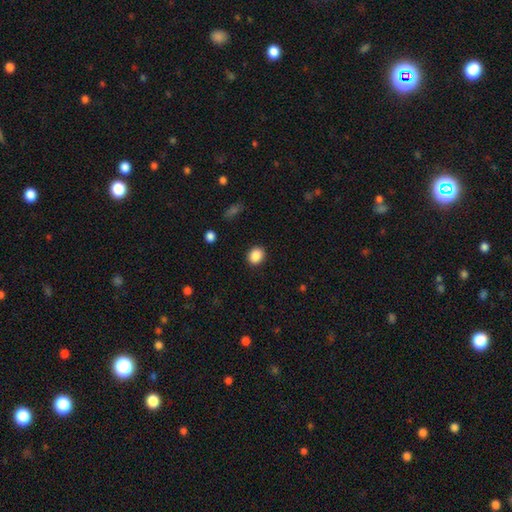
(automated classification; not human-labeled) Smooth or featured? smooth (88%)
How rounded? round (58%)
Merging? none (88%)